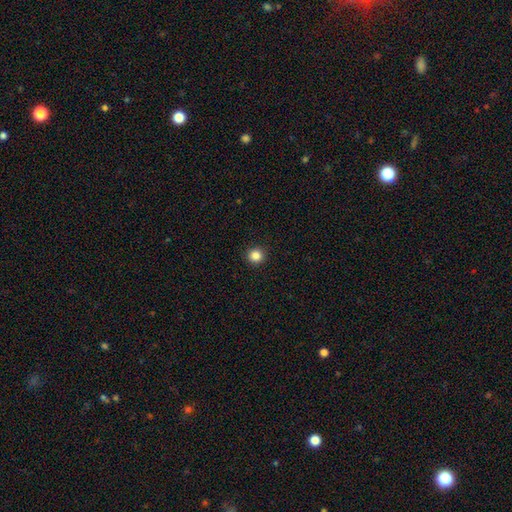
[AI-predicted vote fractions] This appears to be a smooth galaxy with no disk features (85%) that is round (94%). Merging: none (93%).